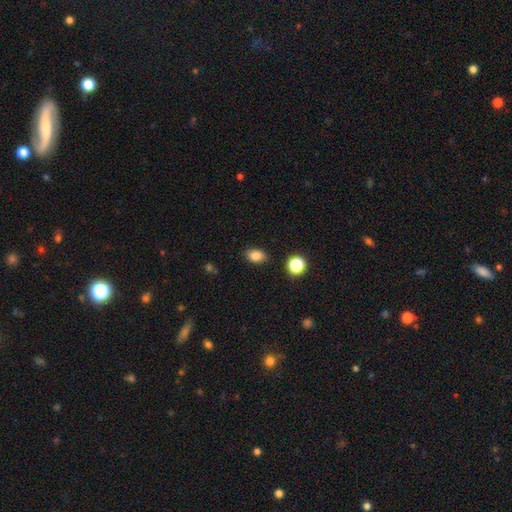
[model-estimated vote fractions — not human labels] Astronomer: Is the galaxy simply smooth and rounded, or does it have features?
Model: smooth — 83%.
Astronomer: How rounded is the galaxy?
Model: in between — 79%.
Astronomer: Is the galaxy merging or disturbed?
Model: none — 86%.